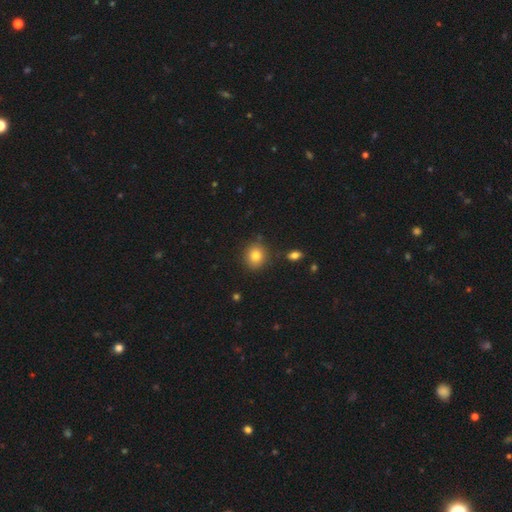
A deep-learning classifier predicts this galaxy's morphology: Smooth or featured: smooth — 80% (star or artifact — 11%)
How rounded: round — 79% (in between — 20%)
Merging: none — 86% (minor disturbance — 9%)